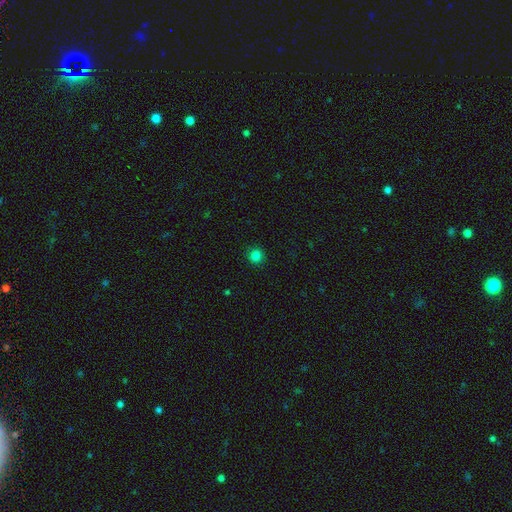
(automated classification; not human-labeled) Smooth or featured: smooth — 83% (star or artifact — 13%)
How rounded: round — 94% (in between — 5%)
Merging: none — 92% (minor disturbance — 5%)